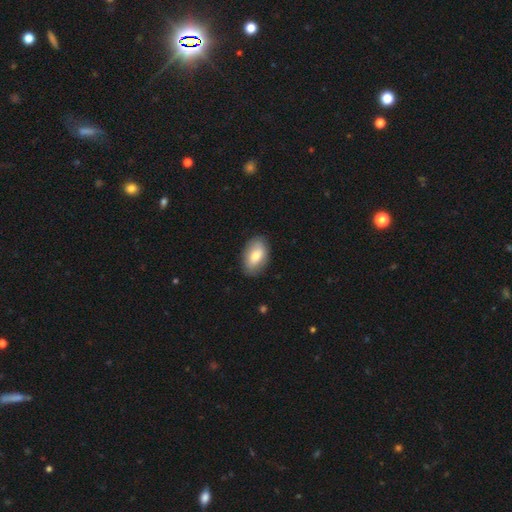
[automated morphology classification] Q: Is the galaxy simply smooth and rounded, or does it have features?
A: smooth — 75%.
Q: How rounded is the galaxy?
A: in between — 91%.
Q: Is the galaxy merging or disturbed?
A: none — 84%.